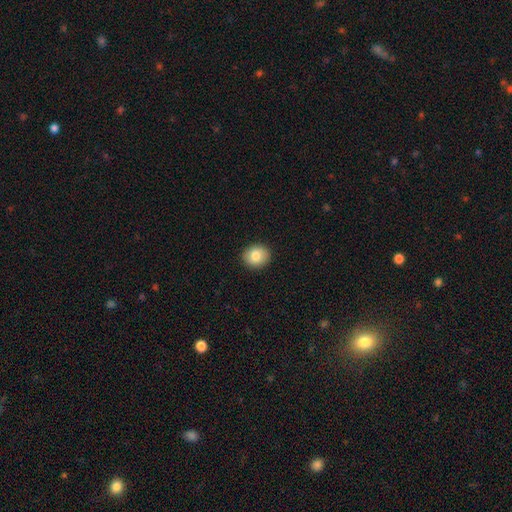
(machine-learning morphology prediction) smooth-or-featured: smooth: 83% | featured or disk: 9% | star or artifact: 8%
  how-rounded: round: 75% | in between: 24% | cigar-shaped: 1%
  merging: none: 91% | minor disturbance: 6% | major disturbance: 2% | merger: 1%